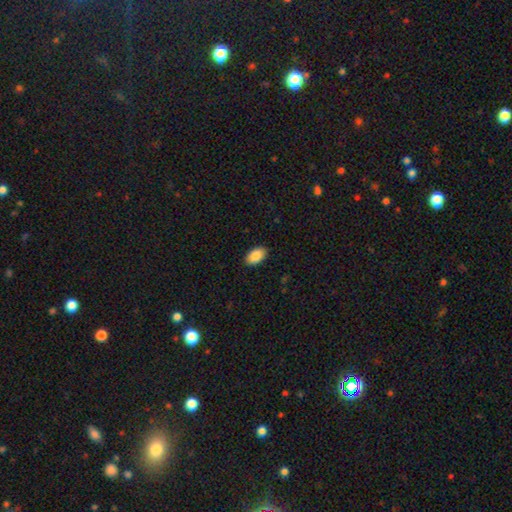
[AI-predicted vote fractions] A smooth galaxy with no disk features (88%) that is in between round and cigar-shaped (94%). Merging: none (90%).